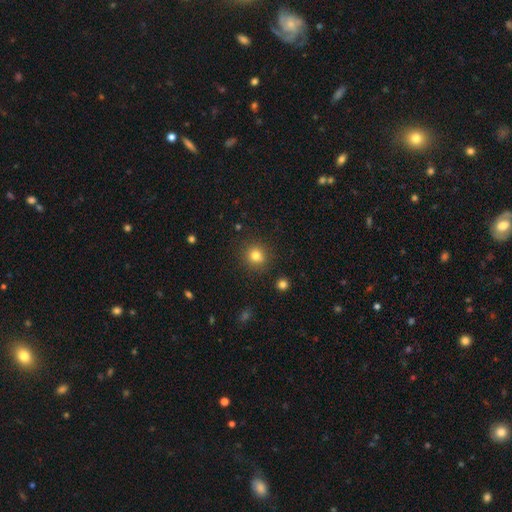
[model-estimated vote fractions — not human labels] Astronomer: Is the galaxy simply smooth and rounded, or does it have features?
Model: smooth — 80%.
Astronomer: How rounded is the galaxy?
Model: round — 91%.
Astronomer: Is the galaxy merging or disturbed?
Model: none — 88%.